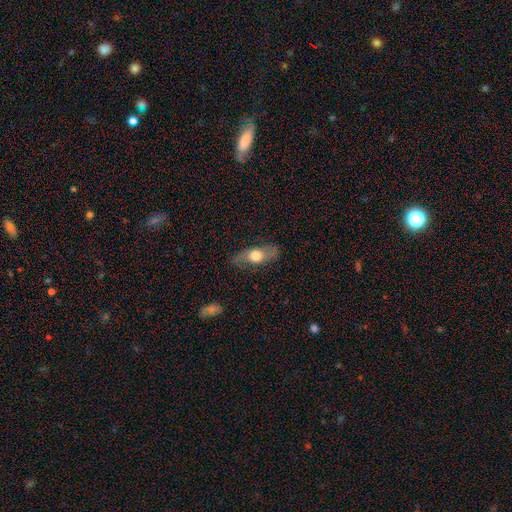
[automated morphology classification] Overall: smooth (50%; featured or disk 43%). How rounded: in between (62%; cigar-shaped 29%). Merging: none (76%).